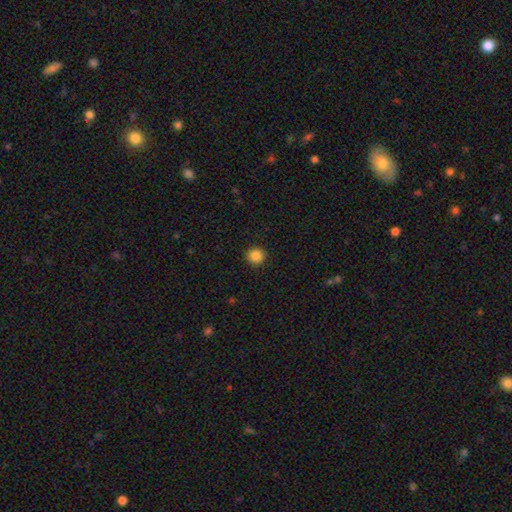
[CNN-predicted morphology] The model was most divided on "smooth or featured": smooth: 86%, star or artifact: 10%, featured or disk: 3%. More confident: how rounded — round (94%); merging — none (92%).